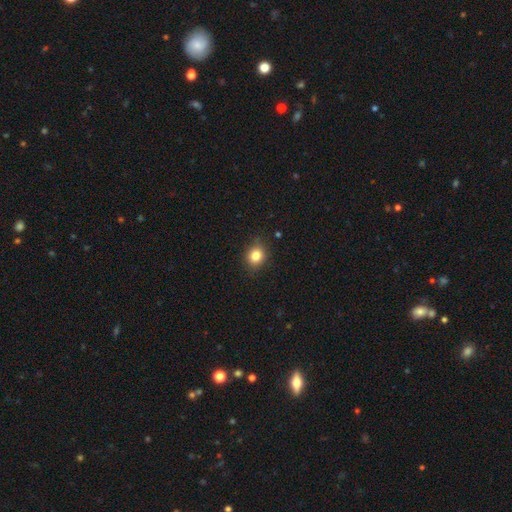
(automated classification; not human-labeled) Q: Smooth or featured?
A: smooth (82%); runner-up: star or artifact (11%)
Q: How rounded?
A: round (69%); runner-up: in between (30%)
Q: Merging?
A: none (84%); runner-up: minor disturbance (13%)